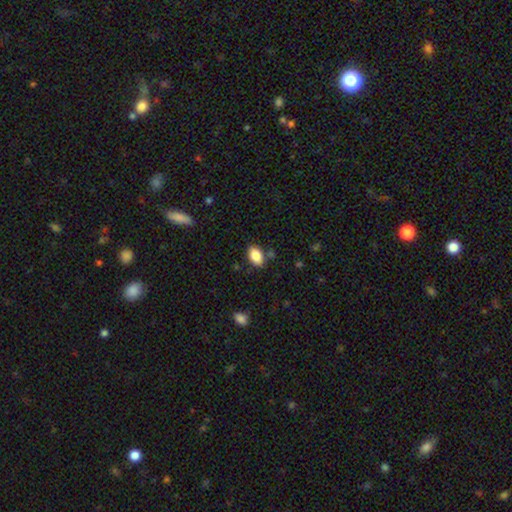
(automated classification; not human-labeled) Smooth or featured: smooth — 86% (star or artifact — 8%)
How rounded: in between — 91% (round — 7%)
Merging: none — 82% (minor disturbance — 12%)